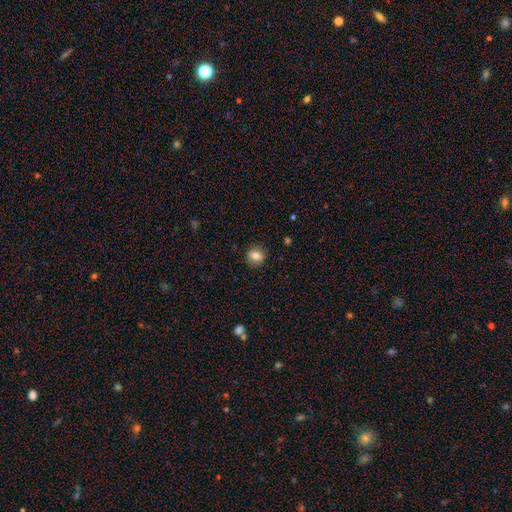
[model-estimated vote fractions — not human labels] This is clearly a smooth galaxy (82%). How rounded: clearly round (86%). Merging: clearly none (90%).